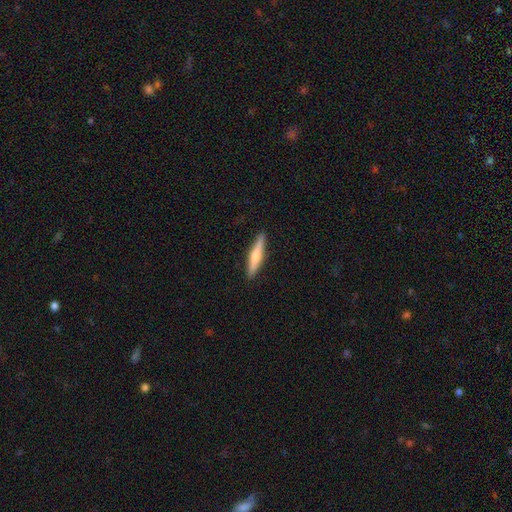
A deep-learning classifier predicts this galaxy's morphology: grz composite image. It shows a smooth galaxy with no disk features (52%) that is cigar-shaped (89%). Merging: none (91%).